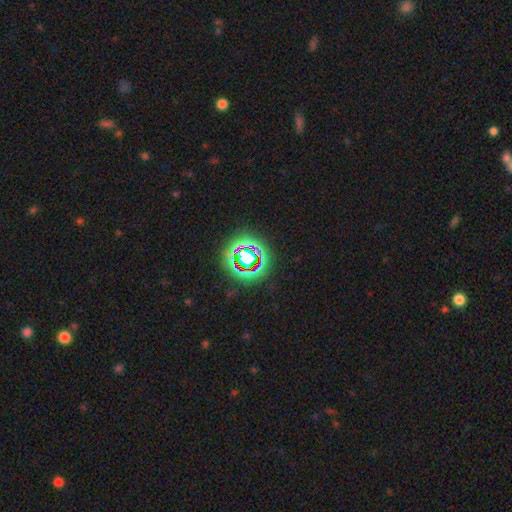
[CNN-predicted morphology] Smooth or featured: star or artifact — 73% (smooth — 17%)